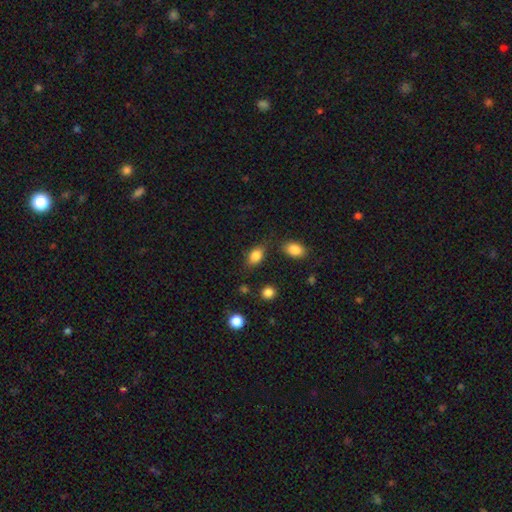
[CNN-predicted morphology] Smooth or featured?
  - smooth: 83% *
  - star or artifact: 9%
  - featured or disk: 8%
How rounded?
  - in between: 82% *
  - round: 15%
  - cigar-shaped: 3%
Merging?
  - none: 73% *
  - minor disturbance: 17%
  - merger: 5%
  - major disturbance: 5%